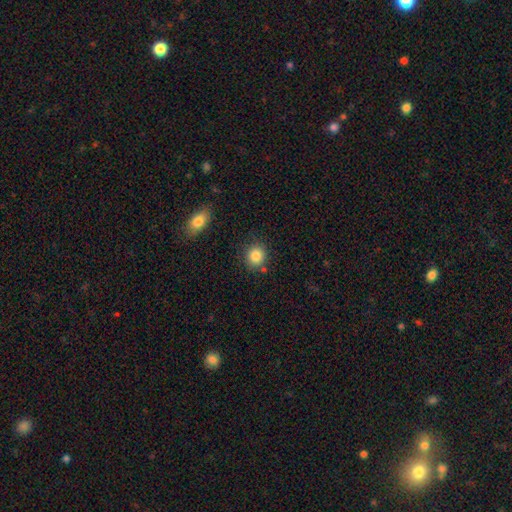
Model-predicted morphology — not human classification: The model was most divided on "how rounded": round: 82%, in between: 17%, cigar-shaped: 1%. More confident: smooth or featured — smooth (85%); merging — none (80%).